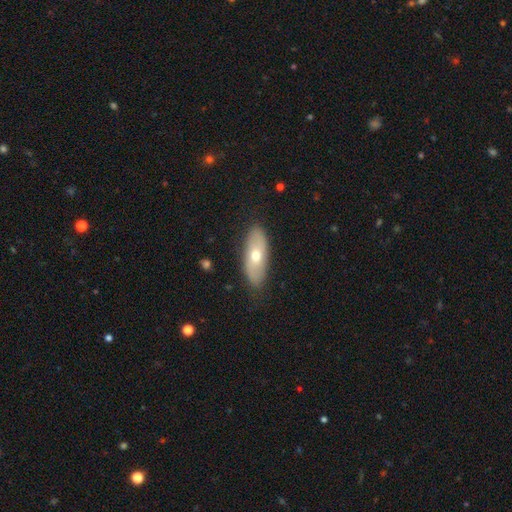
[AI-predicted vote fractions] Morphology: type=smooth (57%); roundness=in between (78%); merging=none (84%).